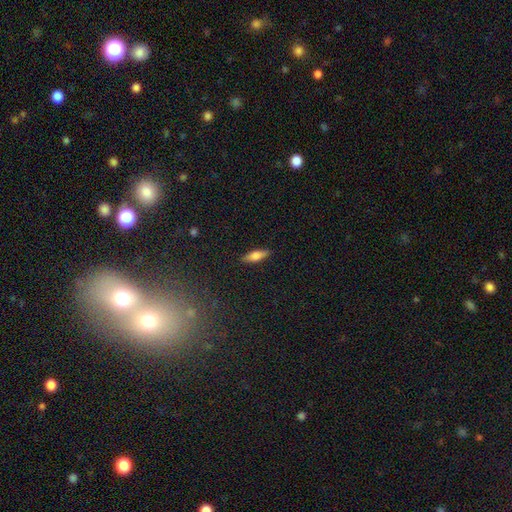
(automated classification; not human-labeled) This appears to be a smooth galaxy with no disk features (70%) that is in between round and cigar-shaped (52%). Merging: none (88%).